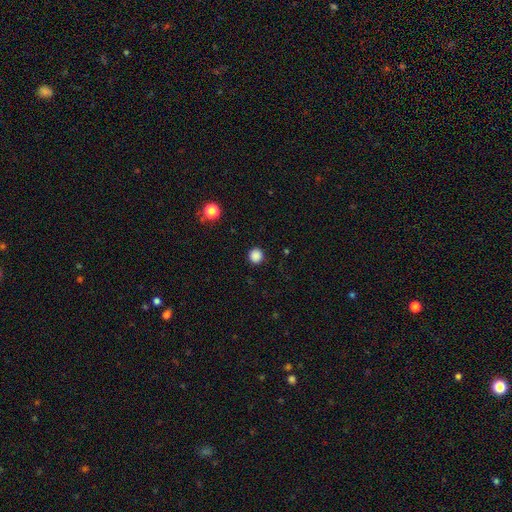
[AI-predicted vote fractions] A smooth galaxy with no disk features (86%) that is round (94%). Merging: none (91%).